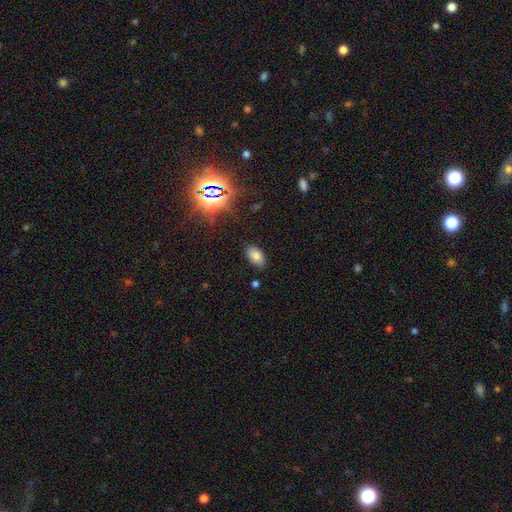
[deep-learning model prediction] Smooth or featured? smooth (78%)
How rounded? in between (92%)
Merging? none (84%)